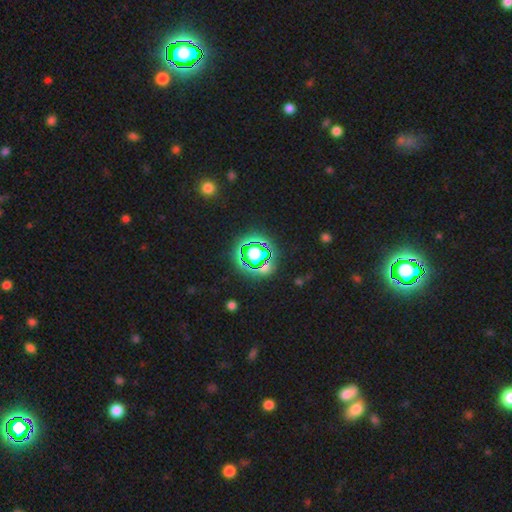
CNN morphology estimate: Overall: star or artifact (64%).